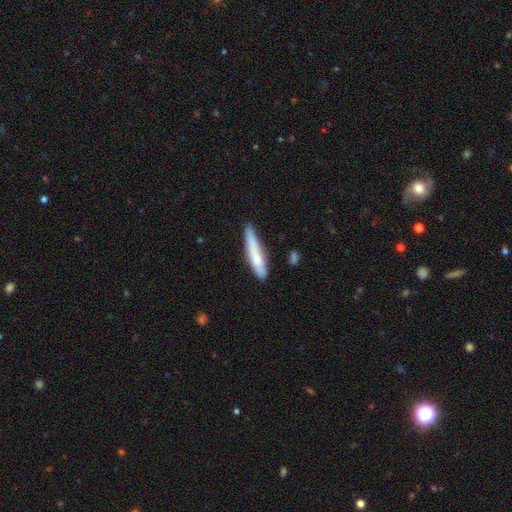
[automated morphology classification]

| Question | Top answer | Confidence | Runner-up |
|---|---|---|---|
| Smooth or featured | smooth | 66% | featured or disk (28%) |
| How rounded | cigar-shaped | 87% | in between (11%) |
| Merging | none | 68% | minor disturbance (24%) |